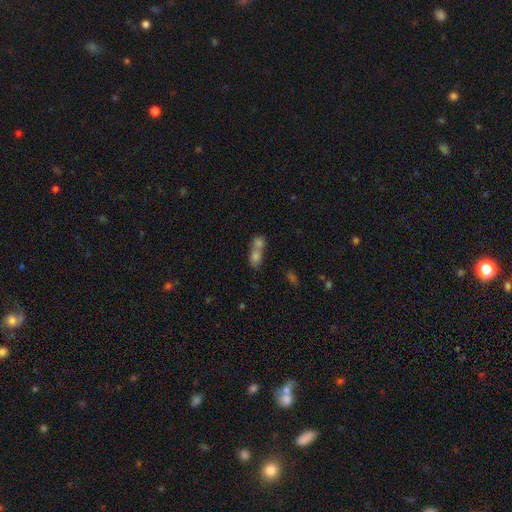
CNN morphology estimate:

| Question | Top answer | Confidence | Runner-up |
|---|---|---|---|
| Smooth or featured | smooth | 69% | featured or disk (17%) |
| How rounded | in between | 62% | round (29%) |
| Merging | merger | 70% | none (20%) |